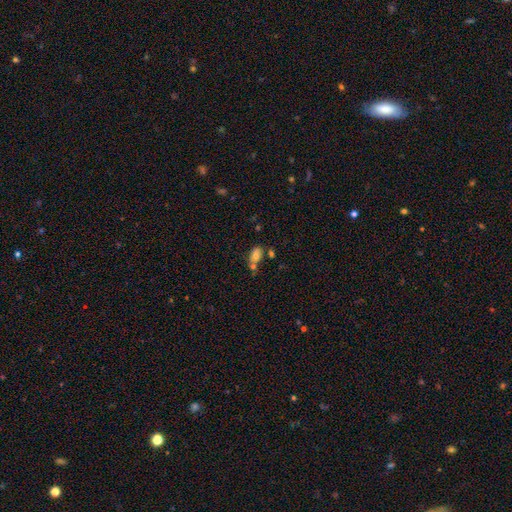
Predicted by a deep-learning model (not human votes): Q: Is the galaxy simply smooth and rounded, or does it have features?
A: smooth — 73%.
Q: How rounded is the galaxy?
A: in between — 87%.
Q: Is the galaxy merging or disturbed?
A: none — 43%.